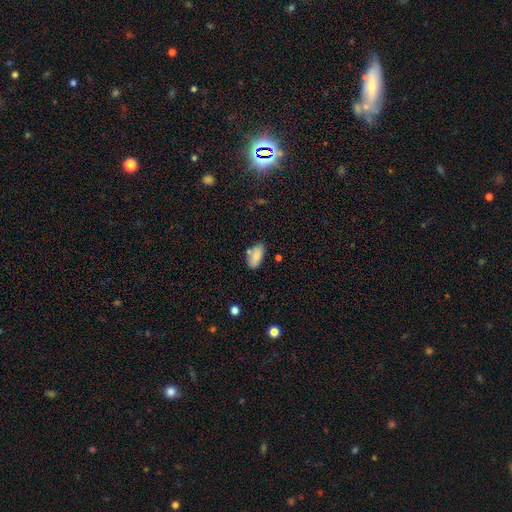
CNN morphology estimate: The model was most divided on "merging": none: 71%, minor disturbance: 16%, merger: 9%, major disturbance: 4%. More confident: how rounded — in between (91%); smooth or featured — smooth (81%).